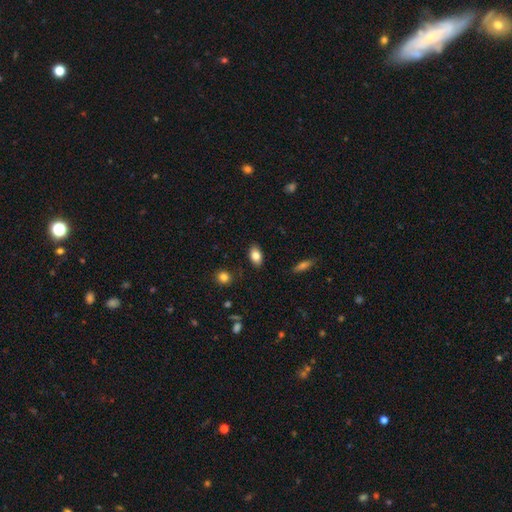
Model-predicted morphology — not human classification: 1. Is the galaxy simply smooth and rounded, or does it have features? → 82% smooth, 10% featured or disk, 8% star or artifact.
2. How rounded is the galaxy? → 89% in between, 8% round, 3% cigar-shaped.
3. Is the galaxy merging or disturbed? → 86% none, 10% minor disturbance, 2% major disturbance, 1% merger.